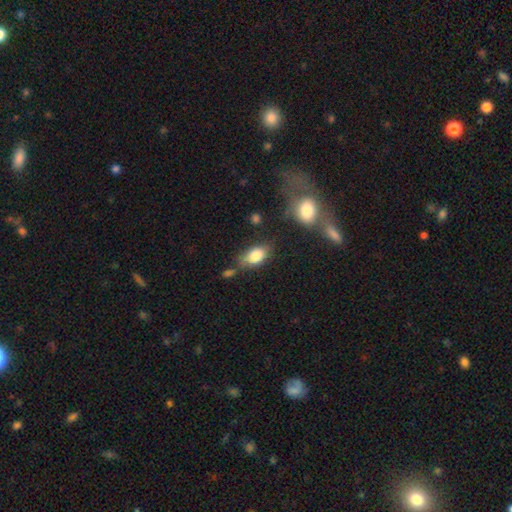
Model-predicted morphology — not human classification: smooth-or-featured: smooth: 82% | featured or disk: 11% | star or artifact: 8%
  how-rounded: in between: 88% | round: 8% | cigar-shaped: 4%
  merging: none: 62% | minor disturbance: 22% | merger: 10% | major disturbance: 6%